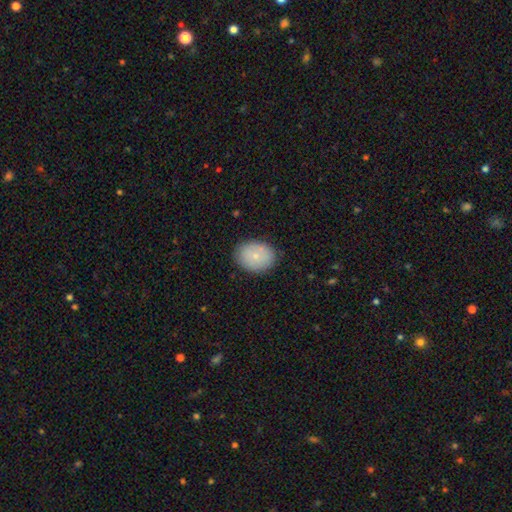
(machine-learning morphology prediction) smooth 73%, featured or disk 19%, star or artifact 8%. Down the decision tree: how rounded — in between (62%); merging — none (83%).